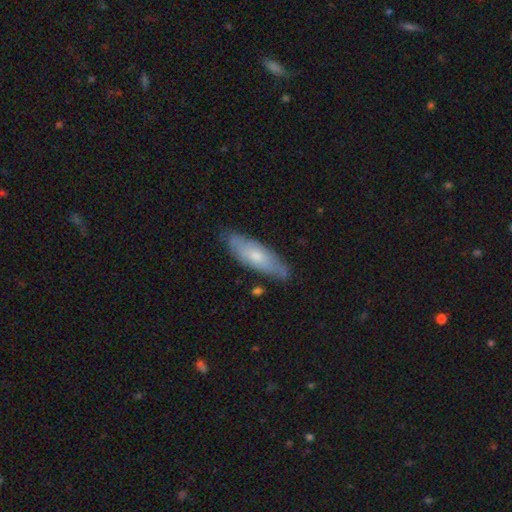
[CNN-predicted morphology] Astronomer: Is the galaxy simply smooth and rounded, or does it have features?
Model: smooth — 57% (runner-up: featured or disk, 37%).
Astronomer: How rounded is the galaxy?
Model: in between — 50% (runner-up: cigar-shaped, 48%).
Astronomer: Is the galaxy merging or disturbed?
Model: none — 78%.